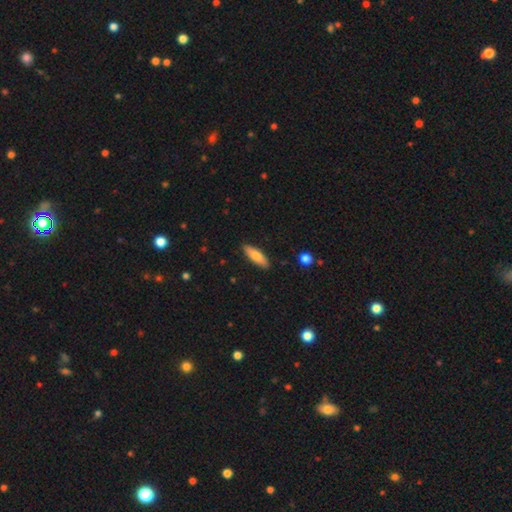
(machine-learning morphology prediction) smooth-or-featured: smooth: 74% | featured or disk: 21% | star or artifact: 6%
  how-rounded: cigar-shaped: 55% | in between: 43% | round: 2%
  merging: none: 88% | minor disturbance: 9% | major disturbance: 2% | merger: 1%